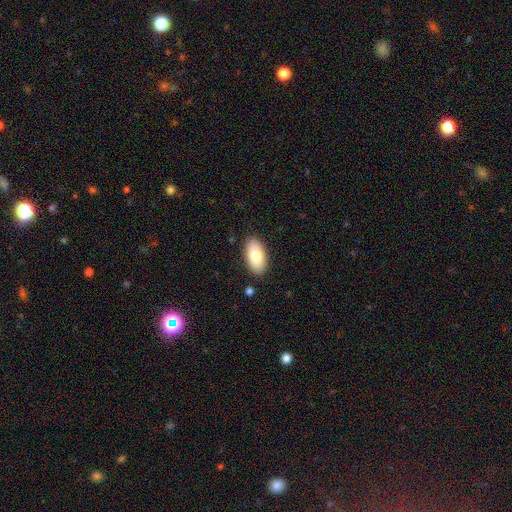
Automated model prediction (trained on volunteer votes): The model was most divided on "smooth or featured": smooth: 82%, featured or disk: 12%, star or artifact: 6%. More confident: how rounded — in between (94%); merging — none (88%).